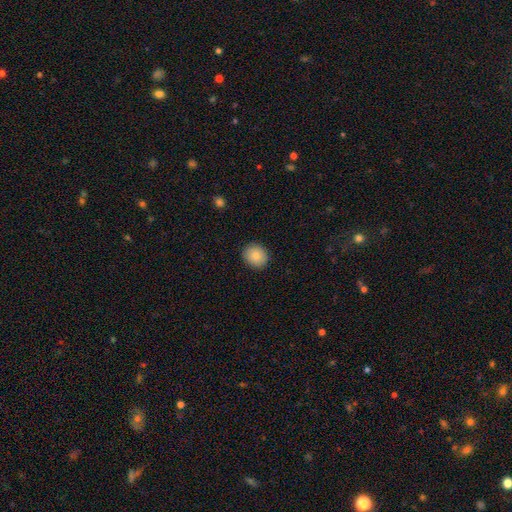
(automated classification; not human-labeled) Smooth or featured?
  - smooth: 84% *
  - star or artifact: 8%
  - featured or disk: 8%
How rounded?
  - round: 73% *
  - in between: 26%
  - cigar-shaped: 1%
Merging?
  - none: 90% *
  - minor disturbance: 7%
  - major disturbance: 2%
  - merger: 1%